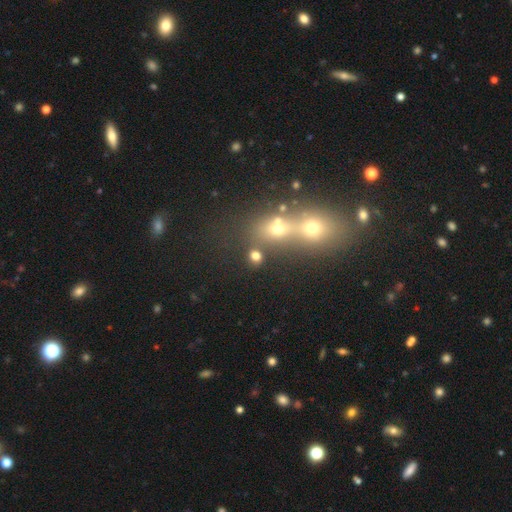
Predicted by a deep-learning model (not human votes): Overall: smooth (71%). How rounded: round (66%; in between 31%). Merging: none (61%; merger 25%).